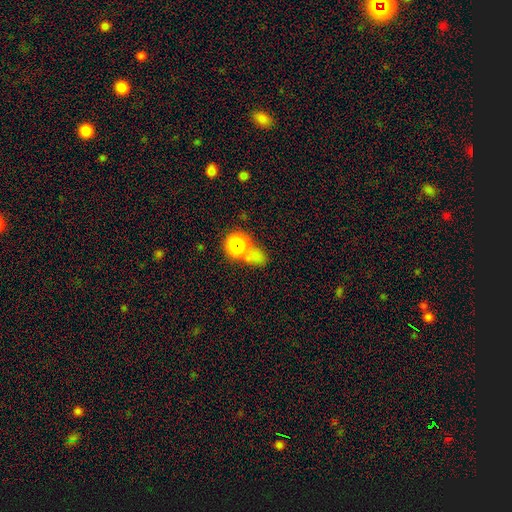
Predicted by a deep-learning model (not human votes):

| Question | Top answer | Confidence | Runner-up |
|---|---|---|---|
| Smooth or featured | smooth | 54% | star or artifact (37%) |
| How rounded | round | 60% | in between (37%) |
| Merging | none | 49% | merger (26%) |